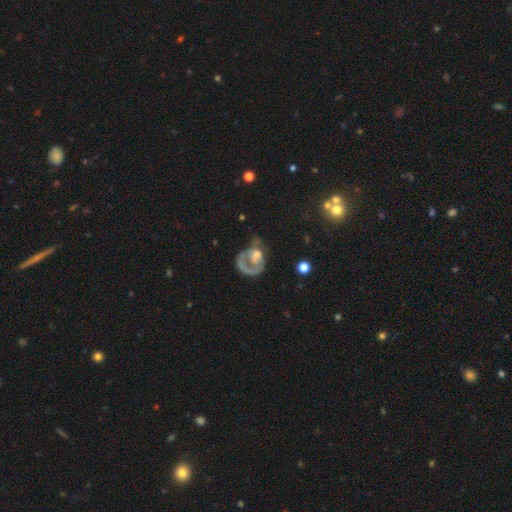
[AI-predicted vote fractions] This is possibly a featured or disk galaxy (59%). It is clearly not viewed edge-on (97%). Bar: clearly no (88%). Spiral arm pattern: possibly no (59%). Central bulge: marginally moderate (42%). Merging: marginally major disturbance (42%).